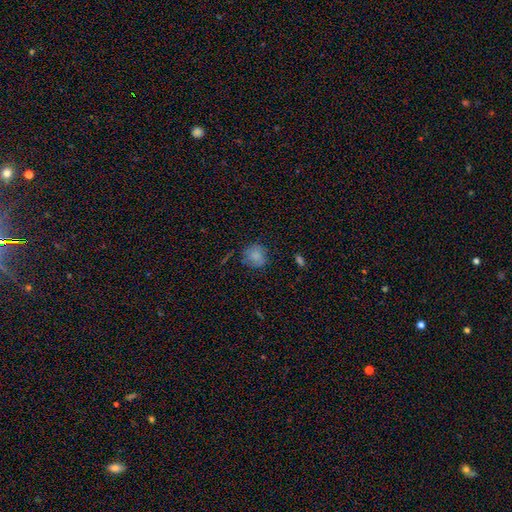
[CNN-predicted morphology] Q: Smooth or featured?
A: smooth (82%); runner-up: star or artifact (11%)
Q: How rounded?
A: round (84%); runner-up: in between (15%)
Q: Merging?
A: none (74%); runner-up: minor disturbance (19%)